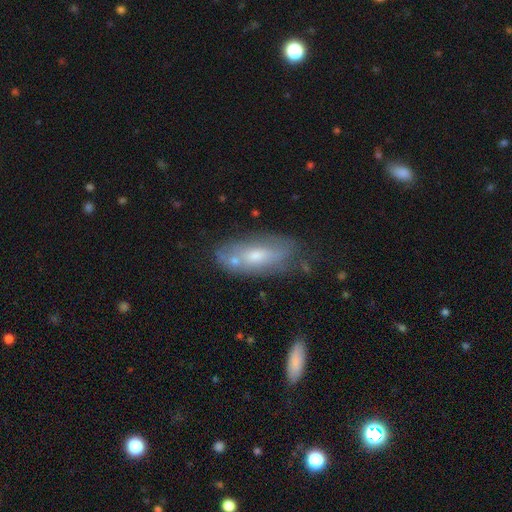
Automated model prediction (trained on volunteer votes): A smooth galaxy with no disk features (55%) that is in between round and cigar-shaped (78%).

Vote fractions:
- Smooth or featured? smooth: 55% / featured or disk: 38% / star or artifact: 7%
- How rounded? in between: 78% / cigar-shaped: 19% / round: 3%
- Merging? none: 58% / minor disturbance: 23% / merger: 12% / major disturbance: 8%